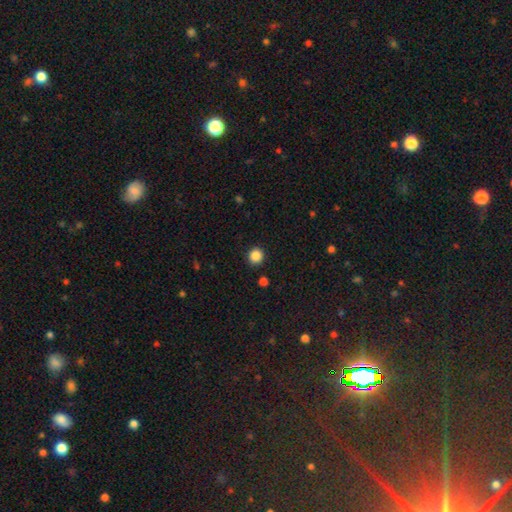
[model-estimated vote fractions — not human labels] Smooth or featured: smooth — 87% (star or artifact — 11%)
How rounded: round — 92% (in between — 7%)
Merging: none — 91% (minor disturbance — 5%)